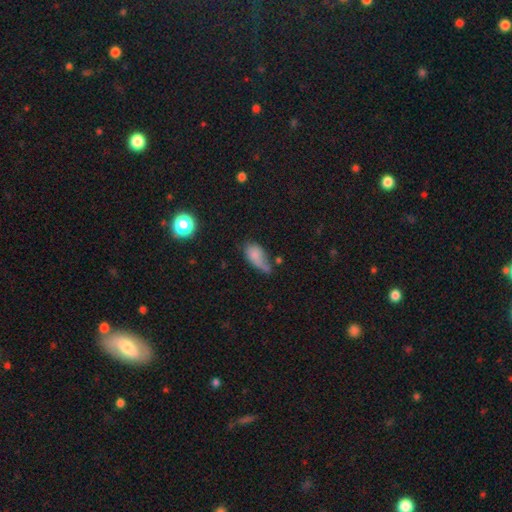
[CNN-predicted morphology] Smooth or featured? smooth (73%)
How rounded? in between (85%)
Merging? minor disturbance (34%)